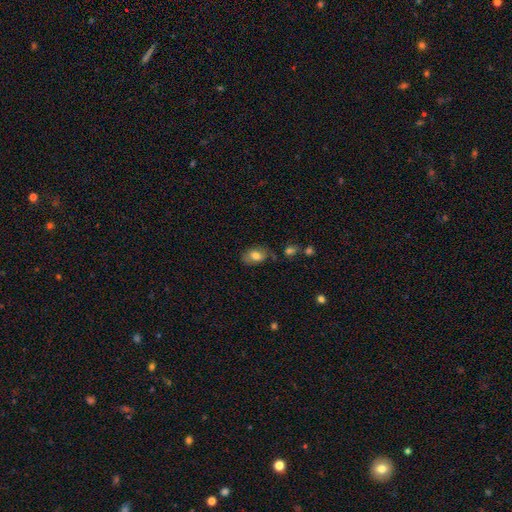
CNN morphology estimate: Smooth or featured?
  - smooth: 76% *
  - featured or disk: 16%
  - star or artifact: 8%
How rounded?
  - in between: 88% *
  - round: 10%
  - cigar-shaped: 2%
Merging?
  - none: 71% *
  - minor disturbance: 20%
  - major disturbance: 5%
  - merger: 4%